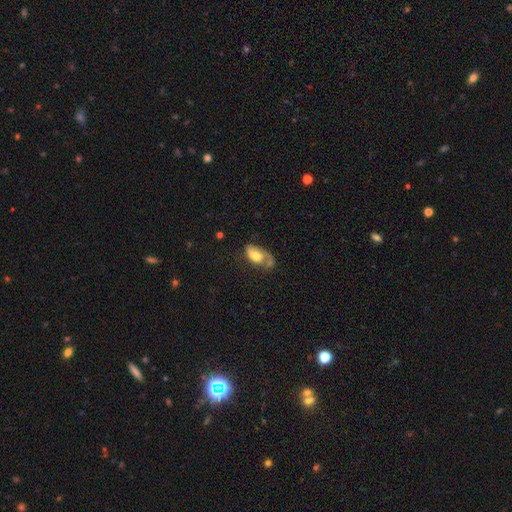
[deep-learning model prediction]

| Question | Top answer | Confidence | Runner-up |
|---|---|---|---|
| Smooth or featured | smooth | 49% | featured or disk (43%) |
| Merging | none | 33% | major disturbance (29%) |